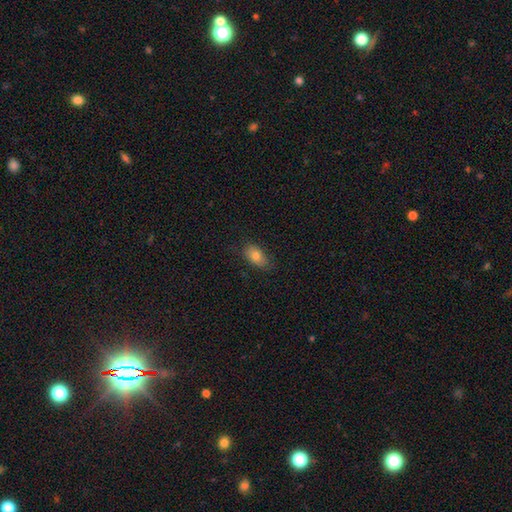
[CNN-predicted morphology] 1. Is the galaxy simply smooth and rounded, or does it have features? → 78% smooth, 13% featured or disk, 8% star or artifact.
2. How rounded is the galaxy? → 90% in between, 8% round, 3% cigar-shaped.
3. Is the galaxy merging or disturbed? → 81% none, 15% minor disturbance, 3% major disturbance, 1% merger.